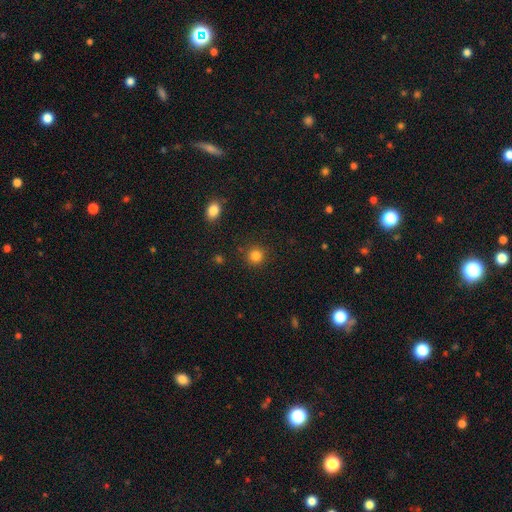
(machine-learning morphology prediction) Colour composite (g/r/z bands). It shows a smooth galaxy with no disk features (83%) that is round (93%). Merging: none (89%).